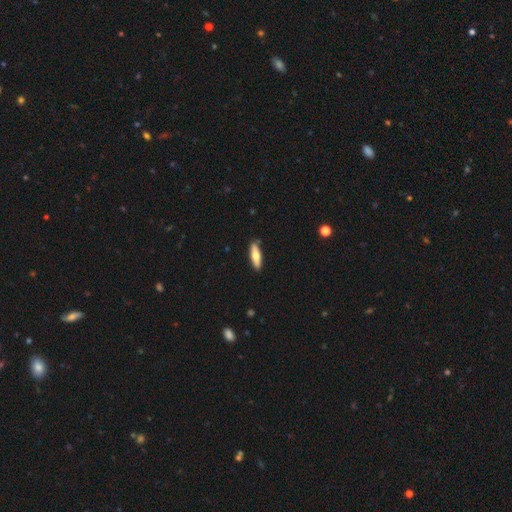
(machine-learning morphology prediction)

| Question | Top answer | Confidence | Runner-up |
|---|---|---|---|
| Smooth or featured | smooth | 65% | featured or disk (30%) |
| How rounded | cigar-shaped | 59% | in between (39%) |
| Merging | none | 87% | minor disturbance (10%) |